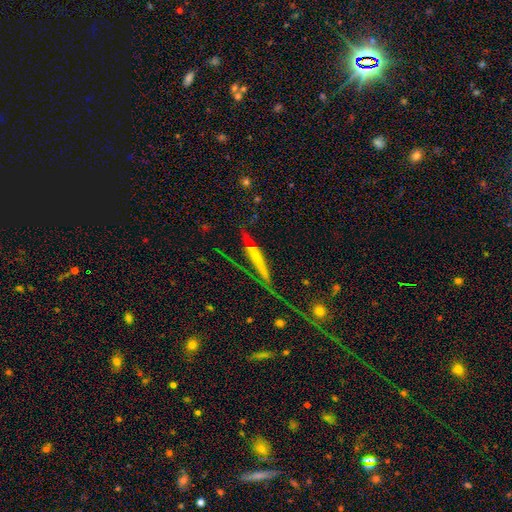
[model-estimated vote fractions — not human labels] Smooth or featured? featured or disk (53%)
Edge-on disk? yes (86%)
Merging? none (54%)